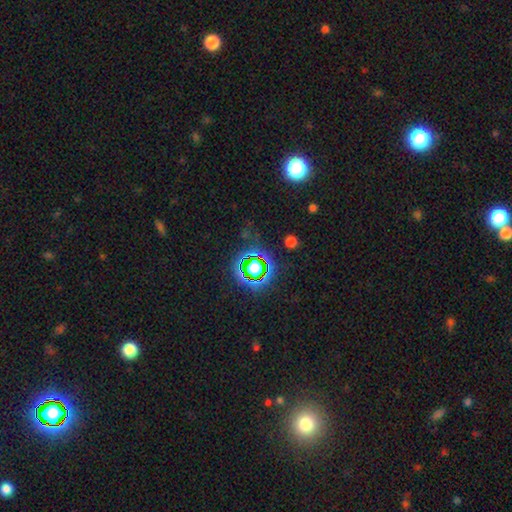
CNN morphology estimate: Overall: star or artifact (76%).